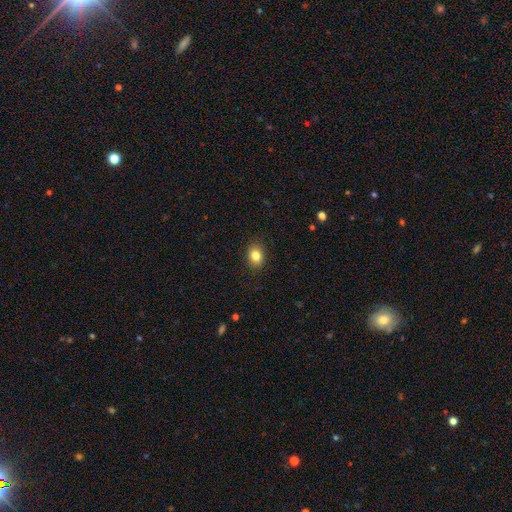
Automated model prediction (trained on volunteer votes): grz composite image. It shows a smooth galaxy with no disk features (83%) that is in between round and cigar-shaped (57%). Merging: none (88%).